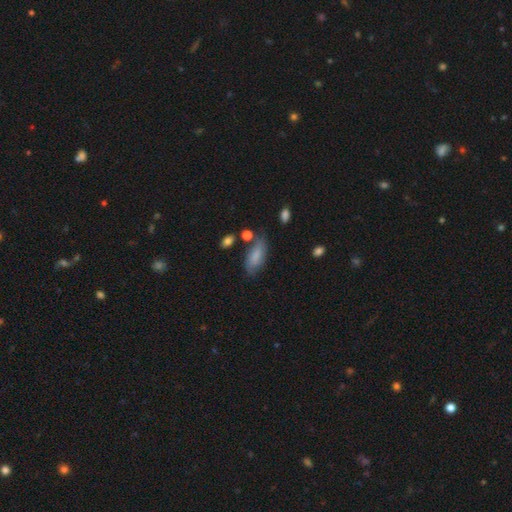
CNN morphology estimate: This is likely a smooth galaxy (74%). How rounded: clearly in between (86%). Merging: likely none (63%).